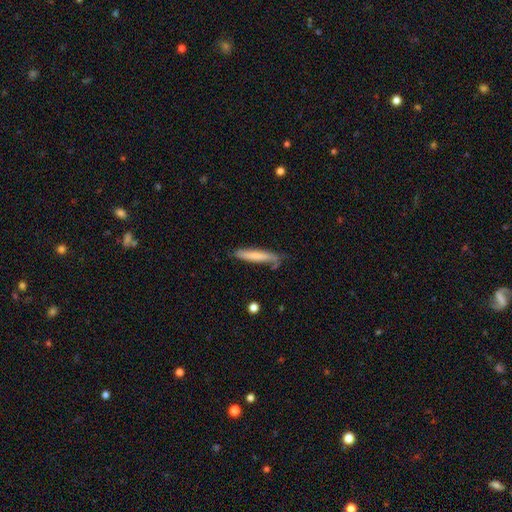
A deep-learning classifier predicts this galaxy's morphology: A smooth galaxy with no disk features (71%) that is cigar-shaped (92%).

Vote fractions:
- Smooth or featured? smooth: 71% / featured or disk: 23% / star or artifact: 6%
- How rounded? cigar-shaped: 92% / in between: 7% / round: 1%
- Merging? none: 68% / minor disturbance: 22% / major disturbance: 6% / merger: 4%